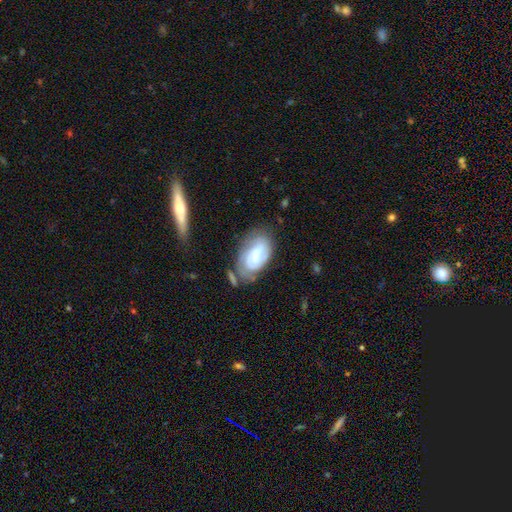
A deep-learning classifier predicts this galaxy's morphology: smooth_or_featured: featured or disk (p=0.67) [alt: smooth p=0.27]
disk_edge_on: no (p=0.95) [alt: yes p=0.05]
bar: weak (p=0.48) [alt: no p=0.35]
has_spiral_arms: yes (p=0.84) [alt: no p=0.16]
spiral_winding: tight (p=0.53) [alt: medium p=0.35]
spiral_arm_count: 2 (p=0.44) [alt: can't tell p=0.34]
bulge_size: small (p=0.53) [alt: moderate p=0.37]
merging: none (p=0.53) [alt: minor disturbance p=0.26]